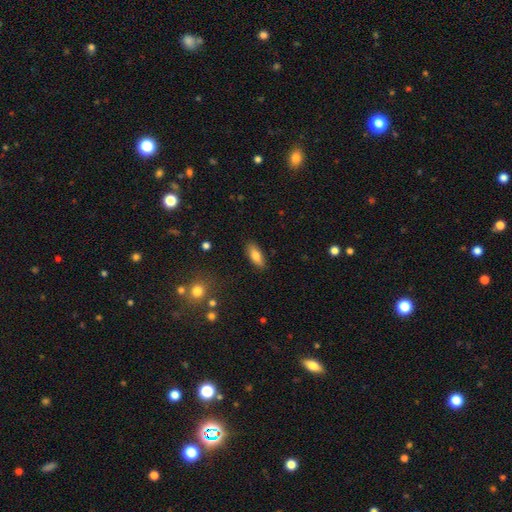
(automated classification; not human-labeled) This appears to be a smooth galaxy with no disk features (80%) that is in between round and cigar-shaped (78%). Merging: none (87%).